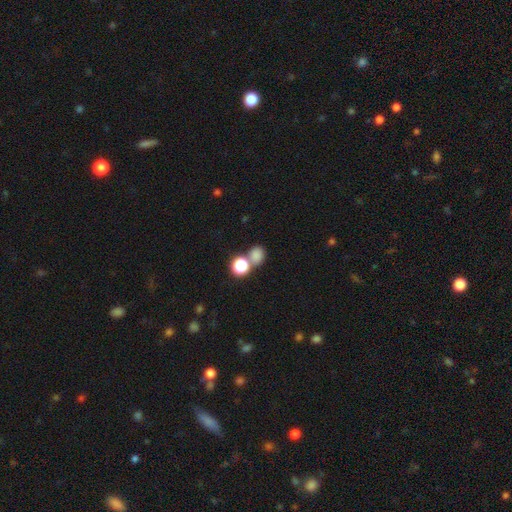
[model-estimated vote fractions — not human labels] smooth 76%, star or artifact 18%, featured or disk 6%. Down the decision tree: how rounded — round (65%); merging — none (53%).